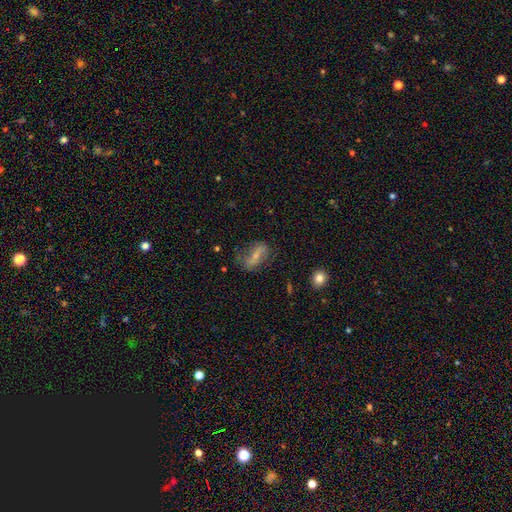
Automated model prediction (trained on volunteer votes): Smooth or featured?
  - featured or disk: 55% *
  - smooth: 36%
  - star or artifact: 9%
Edge-on disk?
  - no: 85% *
  - yes: 15%
Merging?
  - none: 63% *
  - minor disturbance: 23%
  - major disturbance: 12%
  - merger: 2%